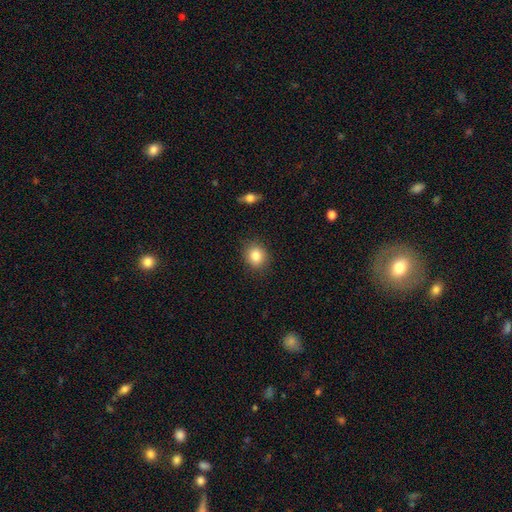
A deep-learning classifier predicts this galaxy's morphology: smooth-or-featured: smooth: 84% | star or artifact: 10% | featured or disk: 6%
  how-rounded: round: 71% | in between: 28% | cigar-shaped: 1%
  merging: none: 87% | minor disturbance: 9% | major disturbance: 2% | merger: 1%